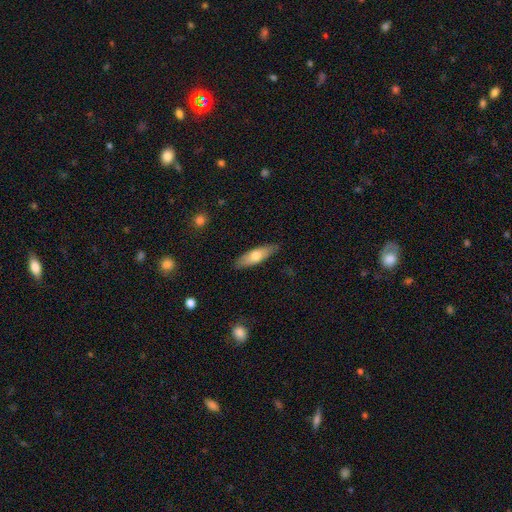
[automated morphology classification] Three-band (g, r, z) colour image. It shows a smooth galaxy with no disk features (64%) that is in between round and cigar-shaped (50%). Merging: none (85%).